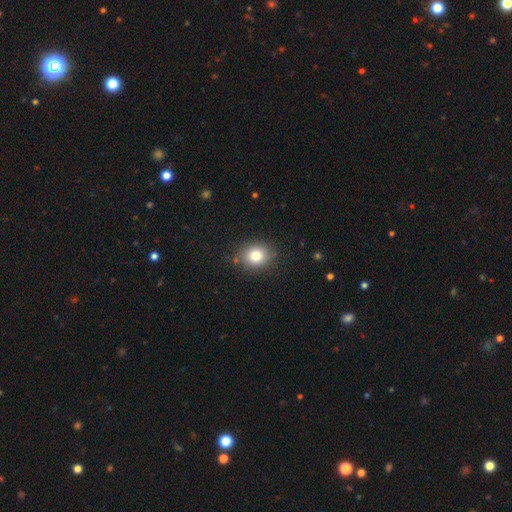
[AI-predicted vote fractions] Morphology: type=smooth (78%); roundness=round (67%); merging=none (85%).